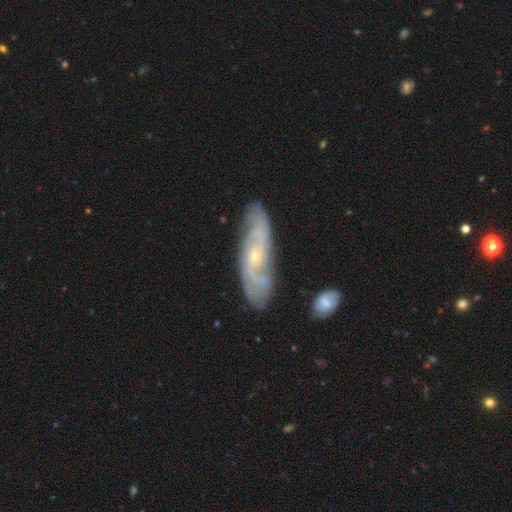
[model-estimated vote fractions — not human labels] This is clearly a featured or disk galaxy (82%). It is clearly not viewed edge-on (85%). Bar: likely no (64%). Spiral arm pattern: clearly yes (94%). Spiral arm count: marginally 2 (37%). Spiral winding: possibly tight (46%). Central bulge: likely small (72%). Merging: likely none (78%).